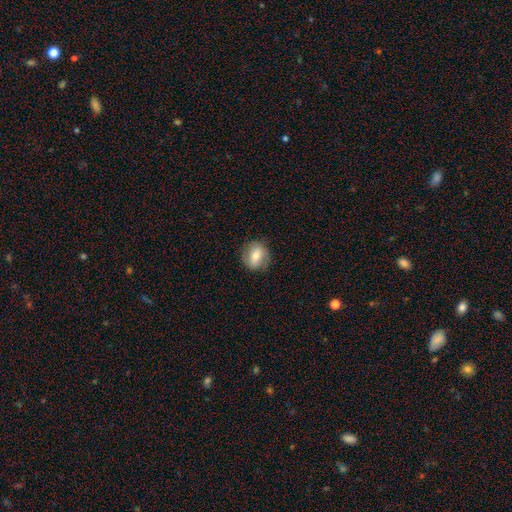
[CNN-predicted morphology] This appears to be a smooth galaxy with no disk features (63%) that is round (63%). Merging: none (81%).